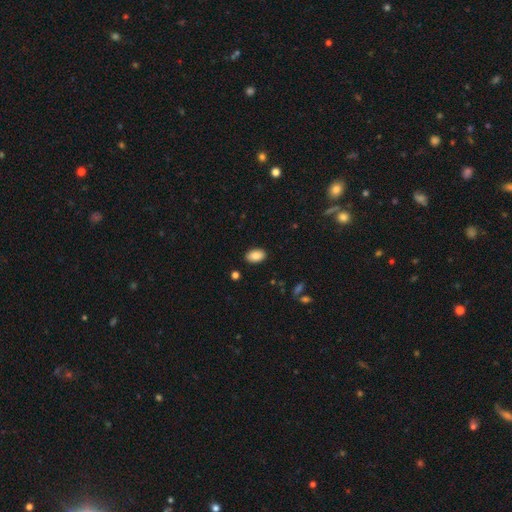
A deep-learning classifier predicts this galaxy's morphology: This is clearly a smooth galaxy (88%). How rounded: clearly in between (91%). Merging: clearly none (88%).